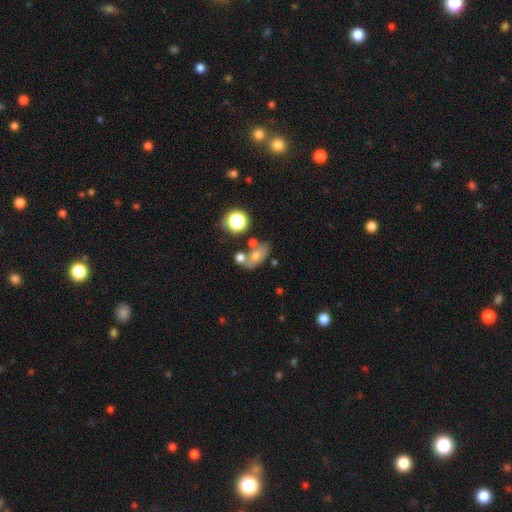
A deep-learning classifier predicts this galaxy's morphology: type=smooth (58%); roundness=in between (77%); merging=none (50%).